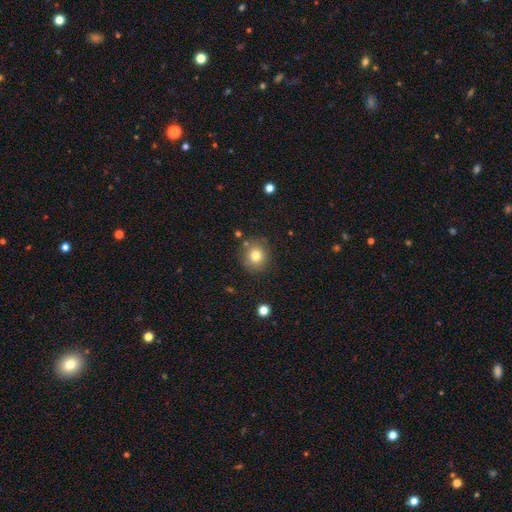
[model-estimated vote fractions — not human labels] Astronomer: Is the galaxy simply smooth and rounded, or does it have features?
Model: smooth — 79%.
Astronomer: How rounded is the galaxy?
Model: round — 87%.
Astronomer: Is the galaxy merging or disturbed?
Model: none — 83%.